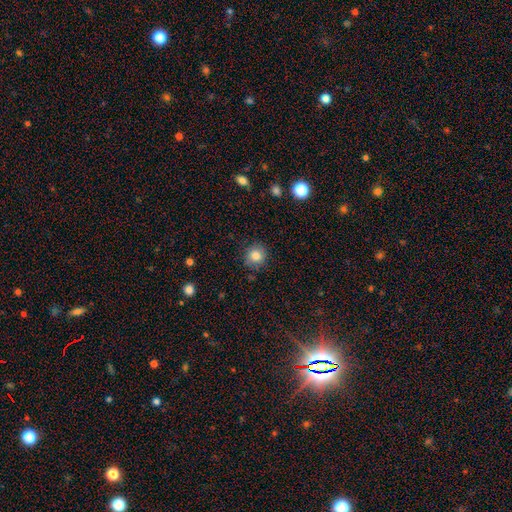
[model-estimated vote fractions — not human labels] smooth 83%, star or artifact 10%, featured or disk 7%. Down the decision tree: how rounded — round (85%); merging — none (84%).